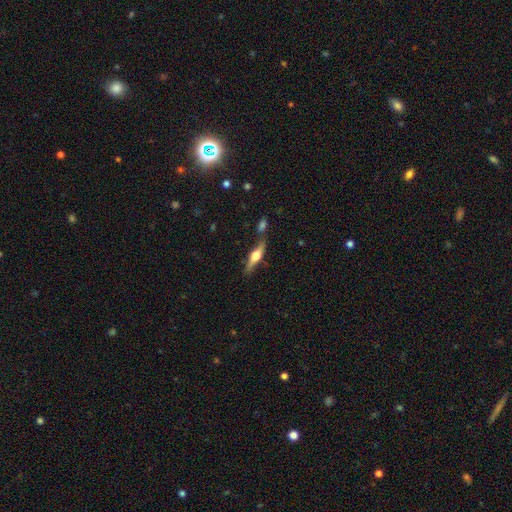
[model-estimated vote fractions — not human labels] Smooth or featured?
  - featured or disk: 66% *
  - smooth: 28%
  - star or artifact: 6%
Edge-on disk?
  - yes: 94% *
  - no: 6%
Edge-on bulge?
  - rounded: 93% *
  - boxy: 5%
  - none: 2%
Merging?
  - none: 71% *
  - minor disturbance: 15%
  - merger: 10%
  - major disturbance: 4%